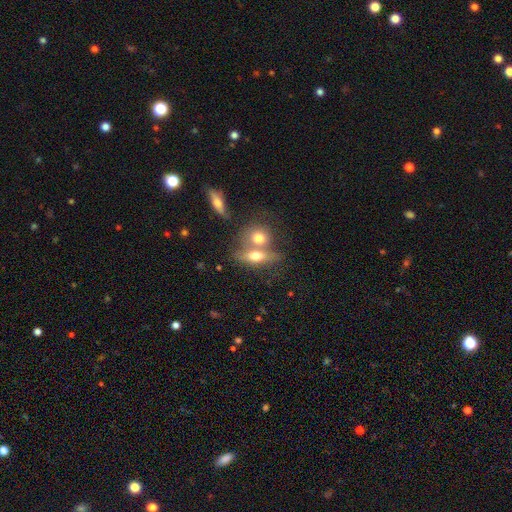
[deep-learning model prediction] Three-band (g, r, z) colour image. It shows a smooth galaxy with no disk features (60%) that is in between round and cigar-shaped (58%). Merging: merger (52%).